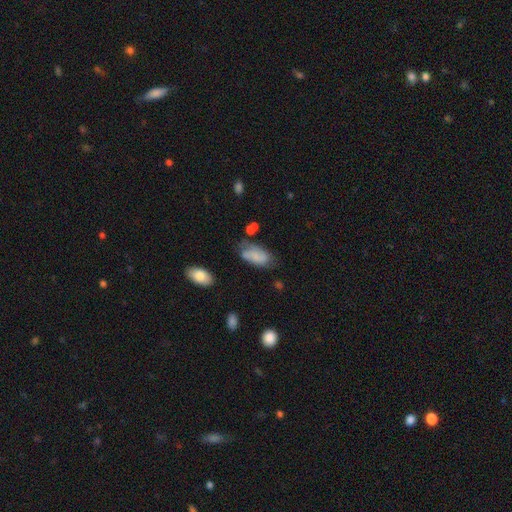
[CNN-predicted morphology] A smooth galaxy with no disk features (59%) that is in between round and cigar-shaped (91%).

Vote fractions:
- Smooth or featured? smooth: 59% / featured or disk: 32% / star or artifact: 9%
- How rounded? in between: 91% / cigar-shaped: 4% / round: 4%
- Merging? none: 50% / minor disturbance: 29% / major disturbance: 13% / merger: 8%